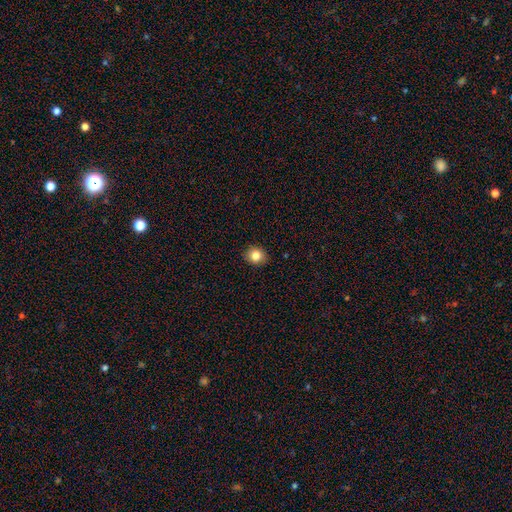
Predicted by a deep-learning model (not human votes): Smooth or featured: smooth — 83% (star or artifact — 10%)
How rounded: round — 74% (in between — 25%)
Merging: none — 90% (minor disturbance — 7%)